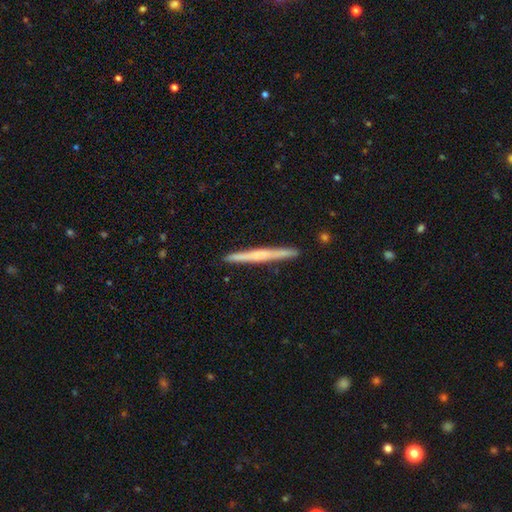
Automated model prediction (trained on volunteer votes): smooth_or_featured: featured or disk (p=0.56) [alt: smooth p=0.38]
disk_edge_on: yes (p=0.98) [alt: no p=0.02]
edge_on_bulge: none (p=0.61) [alt: rounded p=0.32]
merging: none (p=0.92) [alt: minor disturbance p=0.06]